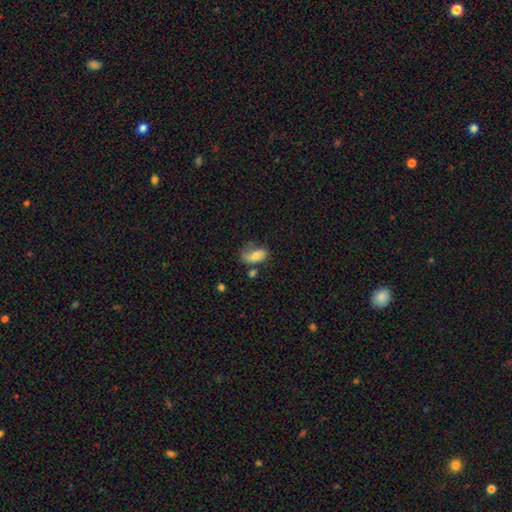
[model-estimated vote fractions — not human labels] smooth-or-featured: smooth: 68% | featured or disk: 24% | star or artifact: 8%
  how-rounded: in between: 89% | round: 6% | cigar-shaped: 5%
  merging: none: 43% | minor disturbance: 31% | major disturbance: 17% | merger: 9%